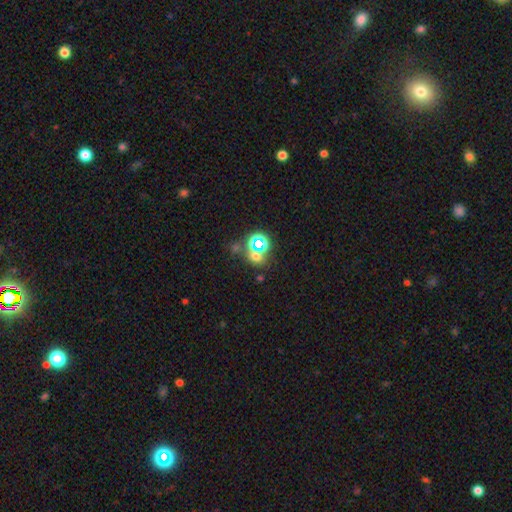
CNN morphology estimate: This is marginally a star or artifact rather than a galaxy (45%).